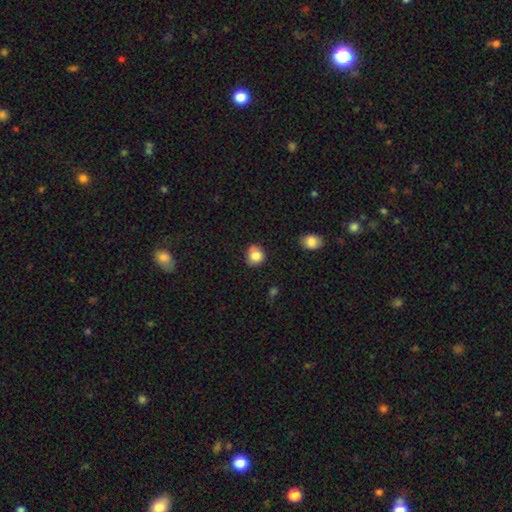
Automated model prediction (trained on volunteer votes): Smooth or featured: smooth — 81% (star or artifact — 10%)
How rounded: round — 79% (in between — 20%)
Merging: none — 63% (minor disturbance — 27%)